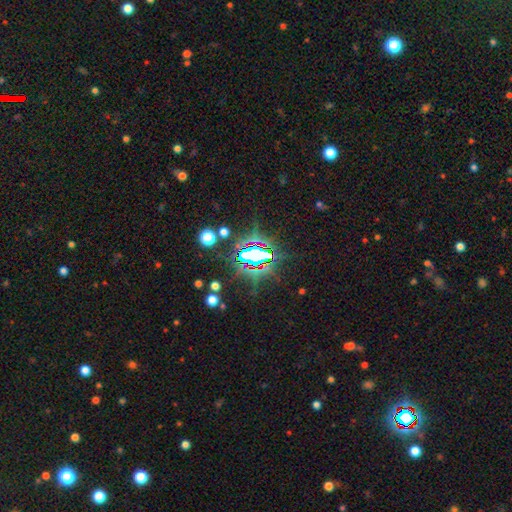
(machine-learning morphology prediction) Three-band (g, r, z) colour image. It shows a star or artifact, not a galaxy (73%).